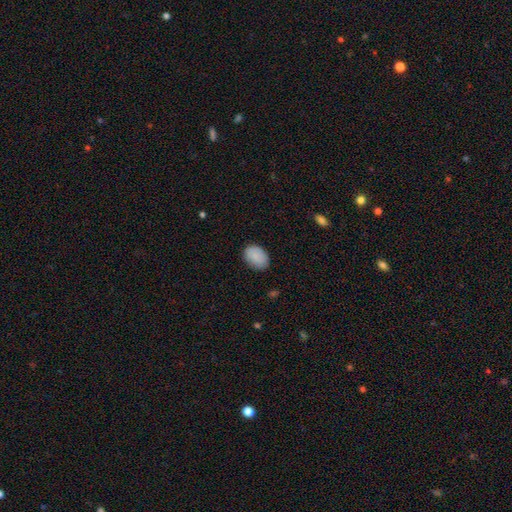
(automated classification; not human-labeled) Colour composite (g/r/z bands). It shows a smooth galaxy with no disk features (88%) that is in between round and cigar-shaped (83%). Merging: none (83%).